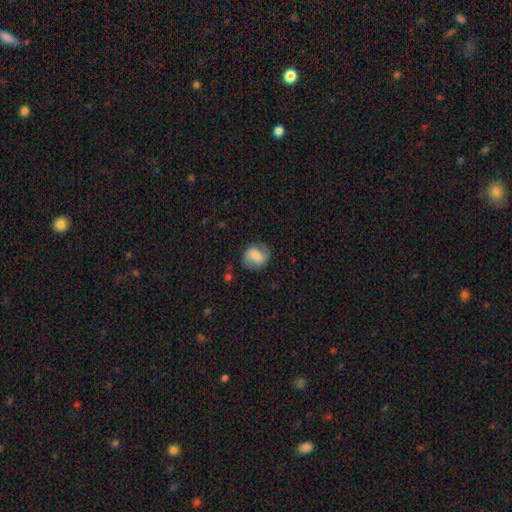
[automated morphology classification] Smooth or featured?
  - smooth: 60% *
  - featured or disk: 32%
  - star or artifact: 8%
How rounded?
  - round: 65% *
  - in between: 33%
  - cigar-shaped: 2%
Merging?
  - none: 75% *
  - minor disturbance: 17%
  - major disturbance: 6%
  - merger: 2%